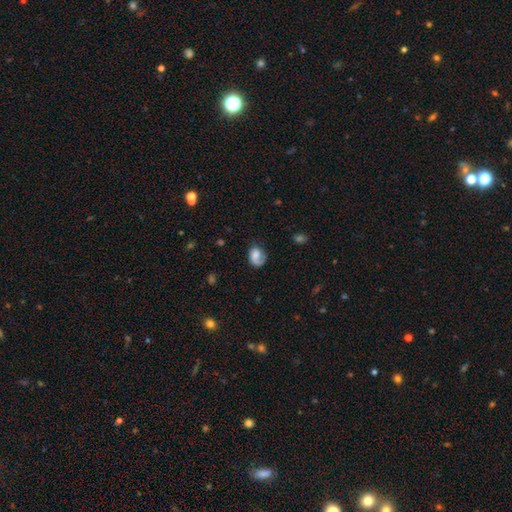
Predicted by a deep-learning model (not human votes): This appears to be a smooth galaxy with no disk features (52%) that is in between round and cigar-shaped (64%). Merging: none (51%).